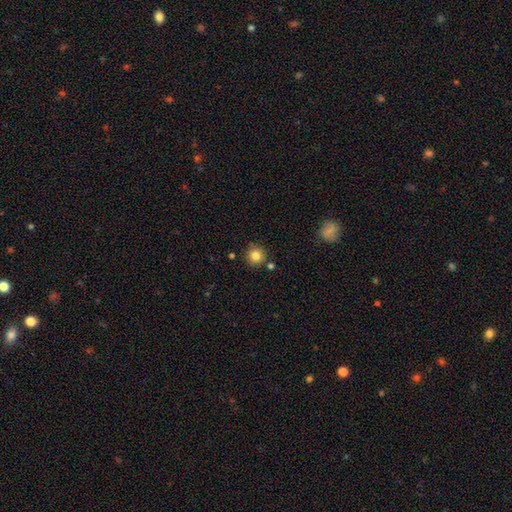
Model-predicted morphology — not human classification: This is clearly a smooth galaxy (83%). How rounded: clearly round (94%). Merging: clearly none (84%).